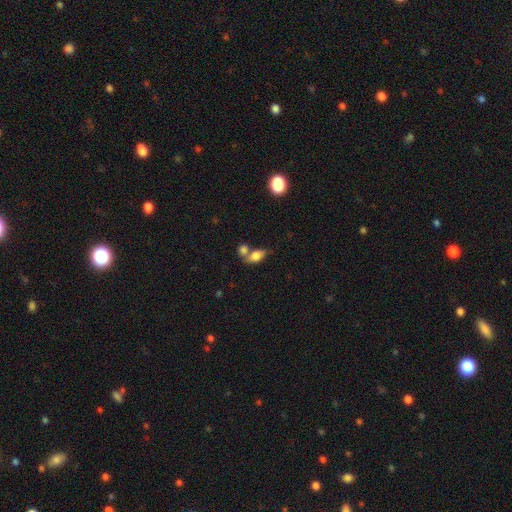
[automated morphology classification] Smooth or featured? Predicted: smooth (p=0.77). How rounded? Predicted: in between (p=0.84). Merging? Predicted: merger (p=0.46).